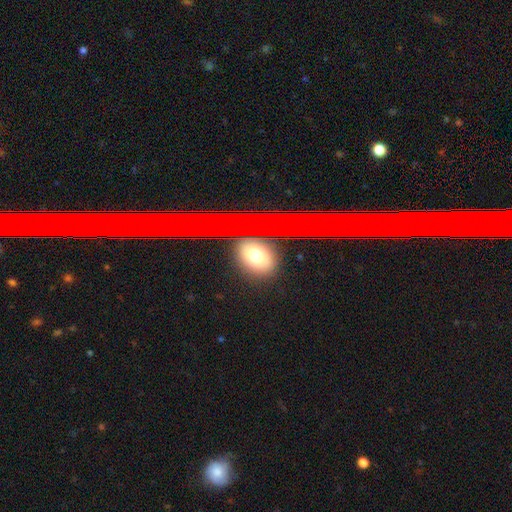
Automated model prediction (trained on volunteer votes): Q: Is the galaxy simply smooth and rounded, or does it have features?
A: smooth — 69%.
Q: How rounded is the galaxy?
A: in between — 59%.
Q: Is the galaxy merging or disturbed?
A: none — 82%.